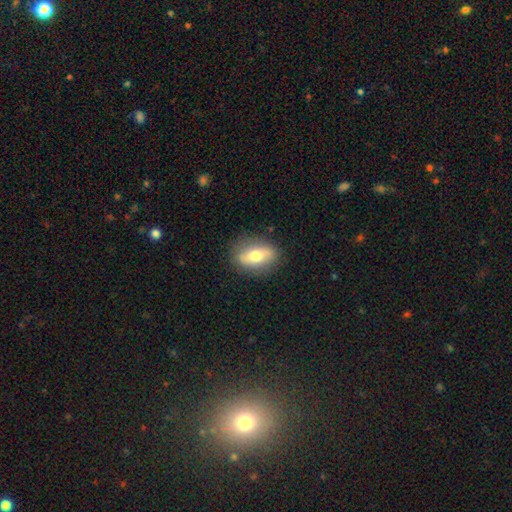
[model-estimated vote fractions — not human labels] smooth 58%, featured or disk 35%, star or artifact 7%. Down the decision tree: how rounded — in between (78%); merging — none (84%).